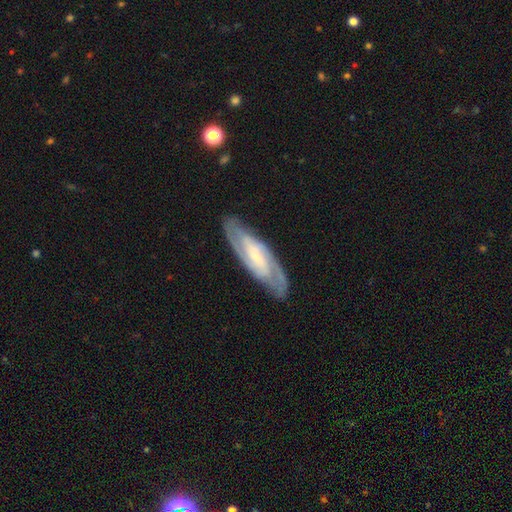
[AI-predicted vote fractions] smooth-or-featured: featured or disk: 84% | smooth: 11% | star or artifact: 5%
  disk-edge-on: no: 87% | yes: 13%
    bar: weak: 40% | no: 35% | strong: 25%
    has-spiral-arms: yes: 96% | no: 4%
      spiral-winding: tight: 49% | medium: 42% | loose: 10%
      spiral-arm-count: 2: 66% | can't tell: 14% | 3: 11% | 4: 4% | 1: 2% | more than 4: 2%
    bulge-size: small: 71% | moderate: 21% | none: 6% | large: 2% | dominant: 1%
  merging: none: 83% | minor disturbance: 12% | major disturbance: 3% | merger: 1%